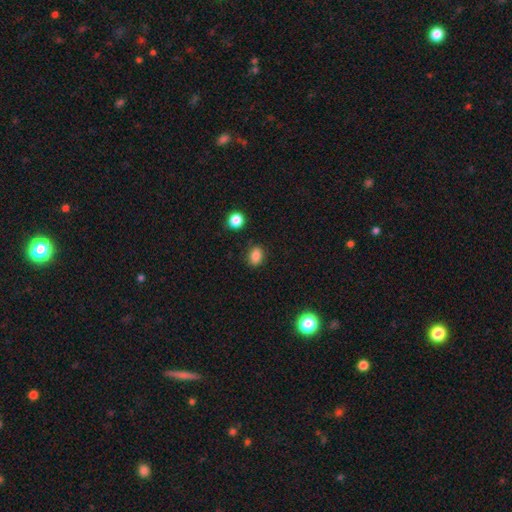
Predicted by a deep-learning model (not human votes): A smooth galaxy with no disk features (85%) that is in between round and cigar-shaped (73%).

Vote fractions:
- Smooth or featured? smooth: 85% / star or artifact: 11% / featured or disk: 5%
- How rounded? in between: 73% / round: 26% / cigar-shaped: 2%
- Merging? none: 85% / minor disturbance: 10% / major disturbance: 3% / merger: 2%